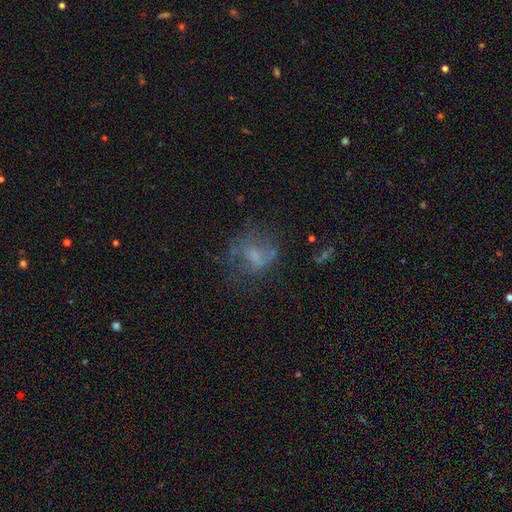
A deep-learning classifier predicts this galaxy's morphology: smooth_or_featured: featured or disk (p=0.41) [tied with: smooth p=0.41]
merging: none (p=0.47) [alt: major disturbance p=0.27]